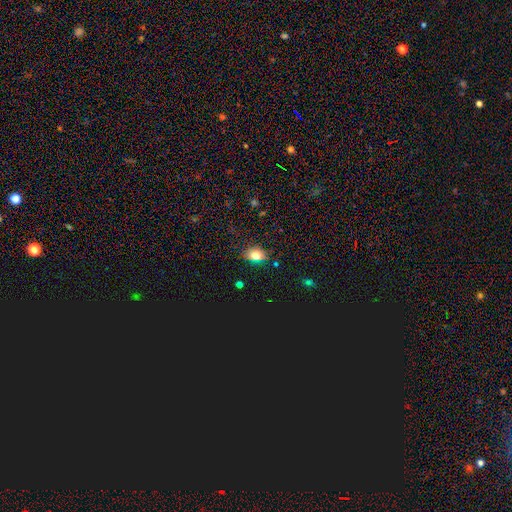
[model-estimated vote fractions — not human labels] A smooth galaxy with no disk features (74%) that is in between round and cigar-shaped (65%). Merging: none (83%).